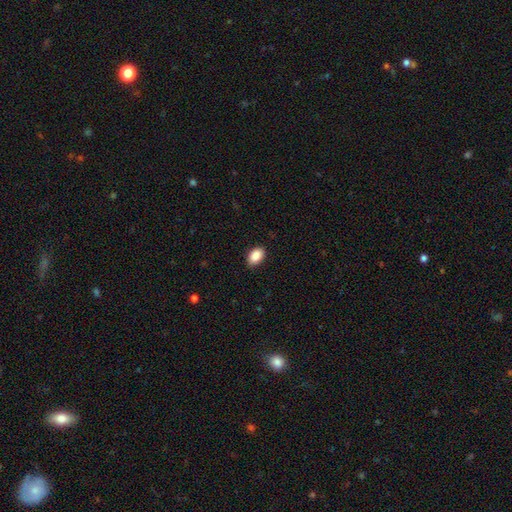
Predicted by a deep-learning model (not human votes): smooth_or_featured: smooth (p=0.90) [alt: star or artifact p=0.07]
how_rounded: in between (p=0.90) [alt: round p=0.09]
merging: none (p=0.87) [alt: minor disturbance p=0.10]